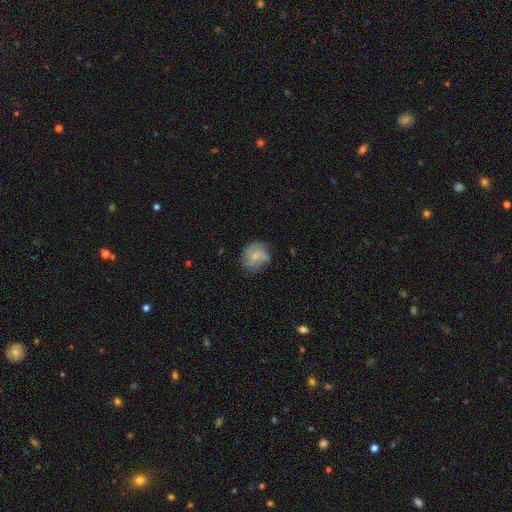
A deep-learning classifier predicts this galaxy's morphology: Overall: featured or disk (62%; smooth 30%). Edge-on disk: no (98%). Bar: no (71%). Spiral arms: yes (90%). Spiral arm count: 3 (34%; can't tell 25%). Spiral winding: medium (43%; tight 37%). Bulge size: small (62%; moderate 23%). Merging: none (69%).